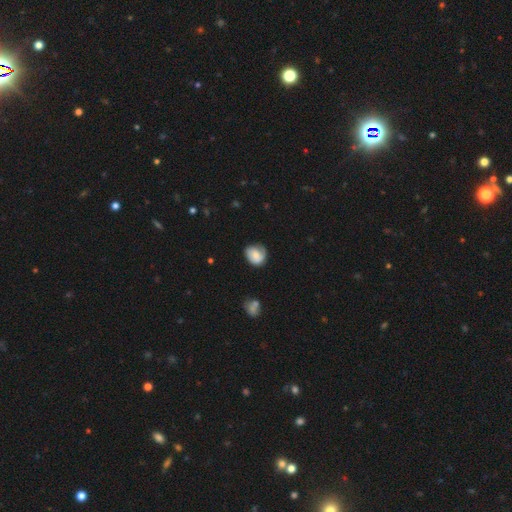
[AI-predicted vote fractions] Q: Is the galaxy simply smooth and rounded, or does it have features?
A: smooth — 60%.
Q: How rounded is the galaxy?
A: round — 65%.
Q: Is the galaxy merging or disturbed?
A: none — 58%.